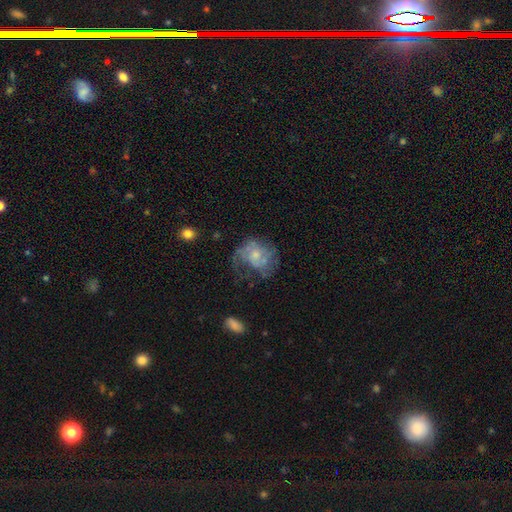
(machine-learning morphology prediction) Smooth or featured? featured or disk (59%)
Edge-on disk? no (97%)
Bar? no (80%)
Spiral arms? yes (53%)
Bulge size? small (48%)
Merging? major disturbance (38%)